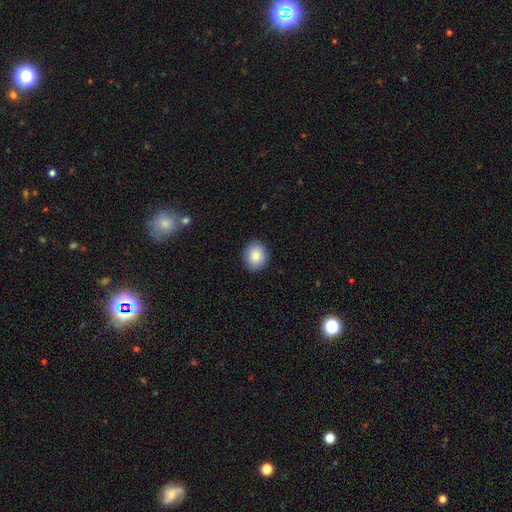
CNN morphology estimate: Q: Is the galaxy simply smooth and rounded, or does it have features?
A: smooth — 85%.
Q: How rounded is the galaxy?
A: round — 69%.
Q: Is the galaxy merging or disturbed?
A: none — 90%.